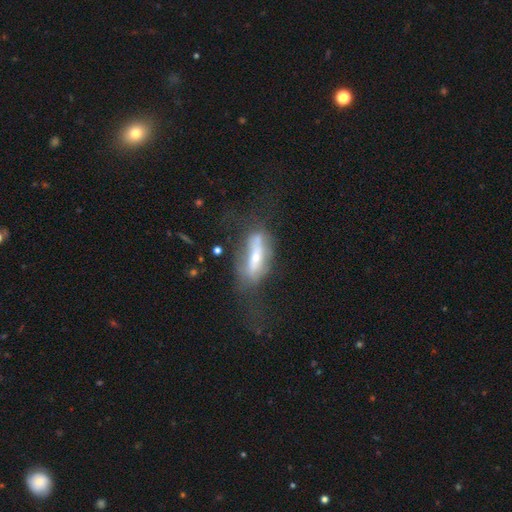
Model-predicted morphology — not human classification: A featured or disk galaxy (58%).

Vote fractions:
- Smooth or featured? featured or disk: 58% / smooth: 34% / star or artifact: 8%
- Edge-on disk? no: 60% / yes: 40%
- Merging? none: 41% / major disturbance: 31% / minor disturbance: 23% / merger: 5%